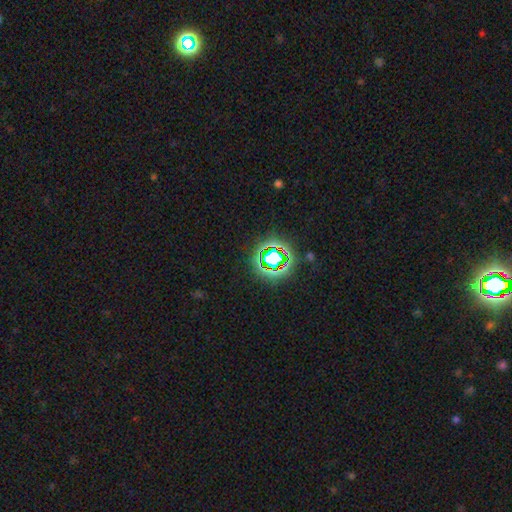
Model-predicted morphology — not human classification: smooth-or-featured: star or artifact: 79% | smooth: 14% | featured or disk: 7%